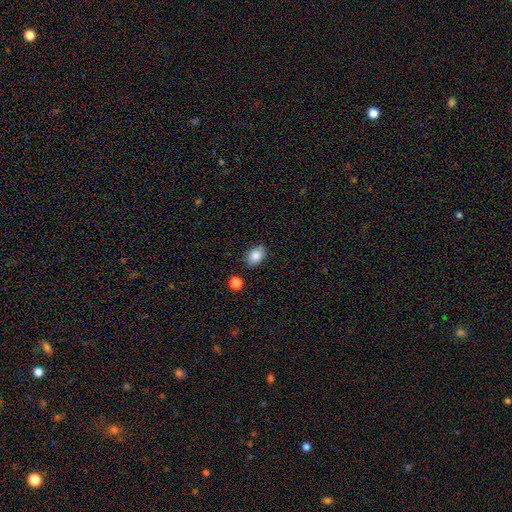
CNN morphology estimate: Smooth or featured: smooth — 86% (star or artifact — 9%)
How rounded: in between — 74% (round — 24%)
Merging: none — 81% (minor disturbance — 13%)